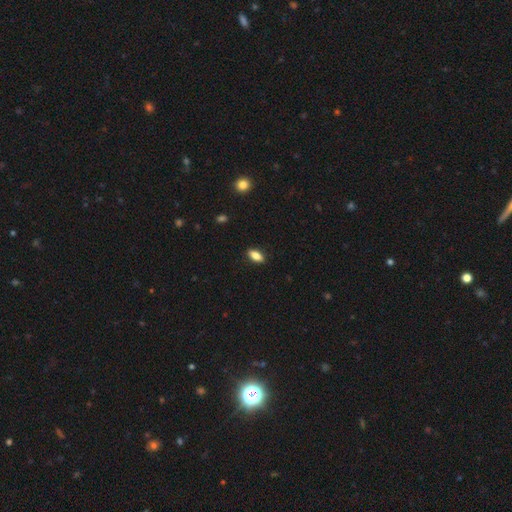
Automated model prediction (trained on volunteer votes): Q: Smooth or featured?
A: smooth (78%); runner-up: featured or disk (14%)
Q: How rounded?
A: in between (81%); runner-up: cigar-shaped (16%)
Q: Merging?
A: none (88%); runner-up: minor disturbance (9%)